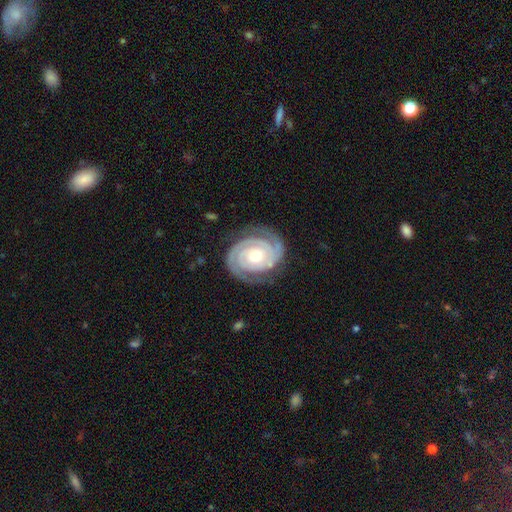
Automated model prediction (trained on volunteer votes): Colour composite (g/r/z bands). It shows a featured or disk galaxy (92%) with no bar (70%), 2 (89%) tight (81%) spiral arms (99%) and a moderate central bulge (60%). Merging: none (81%).